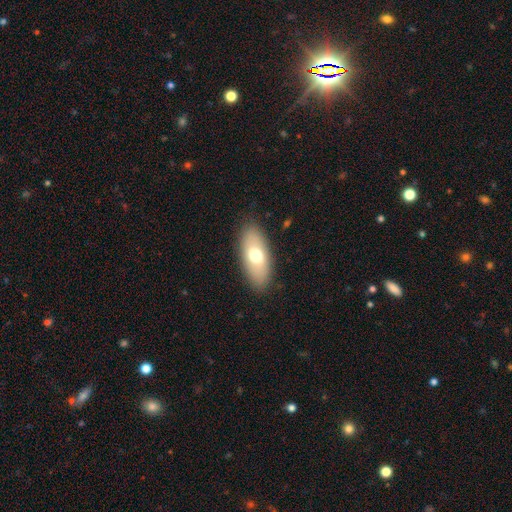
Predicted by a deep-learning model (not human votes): This is likely a smooth galaxy (67%). How rounded: clearly in between (86%). Merging: clearly none (86%).